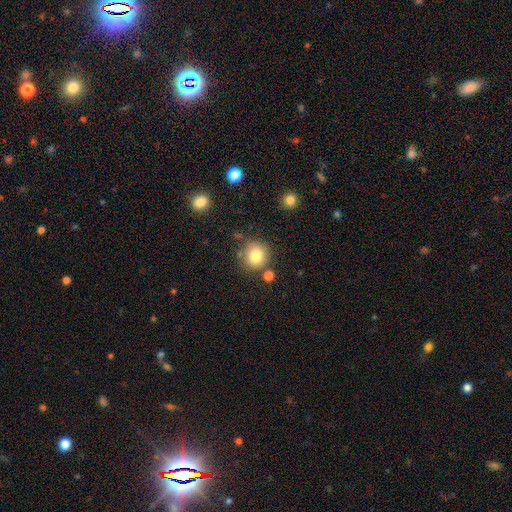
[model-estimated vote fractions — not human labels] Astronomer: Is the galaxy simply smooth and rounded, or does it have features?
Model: smooth — 81%.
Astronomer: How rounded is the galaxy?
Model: round — 91%.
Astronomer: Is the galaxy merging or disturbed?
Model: none — 78%.